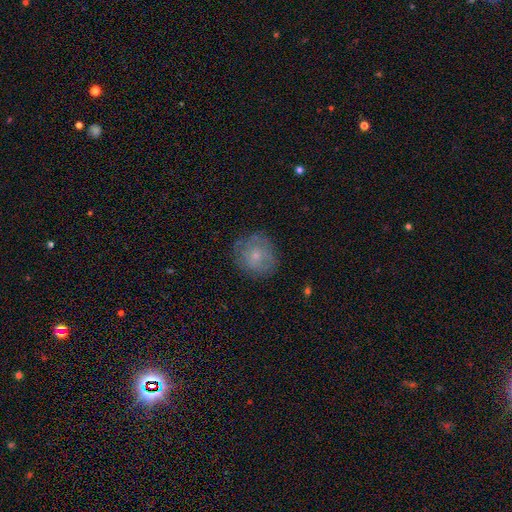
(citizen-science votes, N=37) Smooth or featured? 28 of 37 (76%) said smooth. How rounded? 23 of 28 (82%) said round. Merging? 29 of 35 (83%) said none.